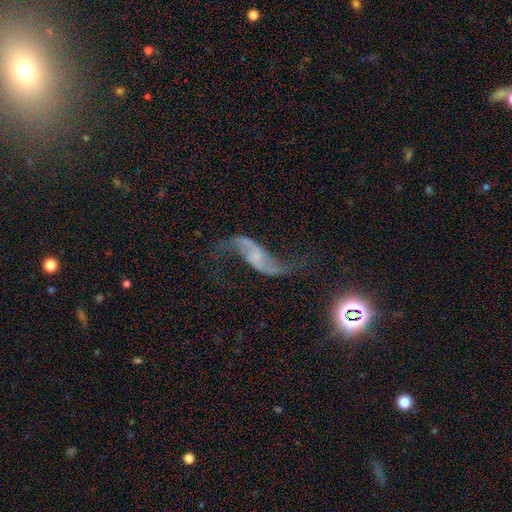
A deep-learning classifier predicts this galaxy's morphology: Q: Smooth or featured?
A: featured or disk (86%); runner-up: star or artifact (8%)
Q: Edge-on disk?
A: no (95%); runner-up: yes (5%)
Q: Bar?
A: no (51%); runner-up: weak (33%)
Q: Spiral arms?
A: yes (95%); runner-up: no (5%)
Q: Spiral winding?
A: loose (92%); runner-up: medium (6%)
Q: Spiral arm count?
A: 2 (93%); runner-up: 1 (2%)
Q: Bulge size?
A: small (43%); runner-up: none (41%)
Q: Merging?
A: none (65%); runner-up: major disturbance (16%)